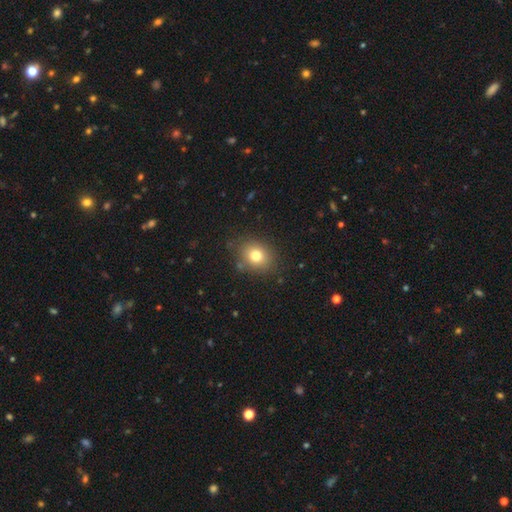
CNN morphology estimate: type=smooth (77%); roundness=round (60%); merging=none (84%).